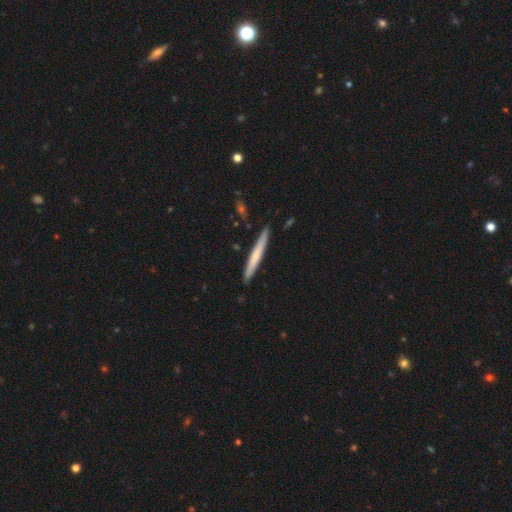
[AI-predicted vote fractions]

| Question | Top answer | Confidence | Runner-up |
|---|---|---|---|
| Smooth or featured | smooth | 57% | featured or disk (38%) |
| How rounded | cigar-shaped | 96% | in between (2%) |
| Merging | none | 89% | minor disturbance (8%) |